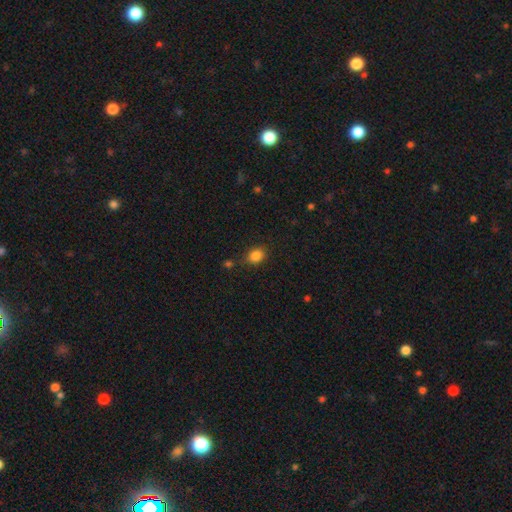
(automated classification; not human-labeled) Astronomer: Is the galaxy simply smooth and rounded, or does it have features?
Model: smooth — 84%.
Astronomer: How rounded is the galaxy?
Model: in between — 51% (runner-up: round, 48%).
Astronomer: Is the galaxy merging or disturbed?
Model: none — 78%.